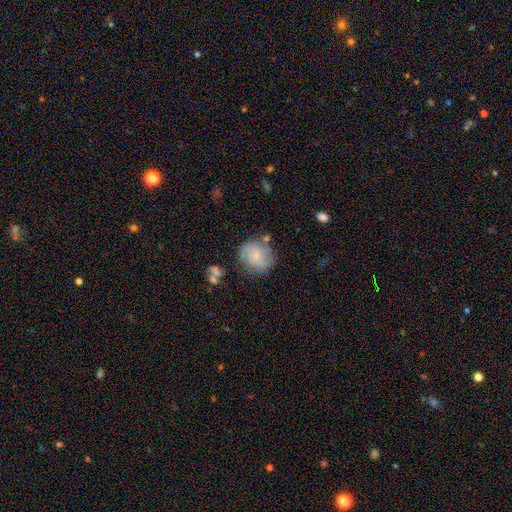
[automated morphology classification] A smooth galaxy with no disk features (49%). Merging: none (65%).